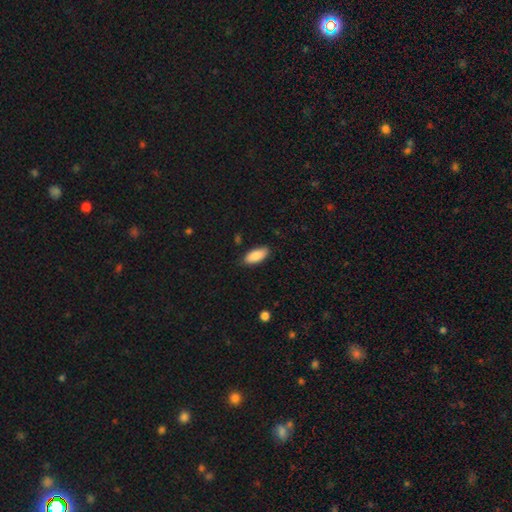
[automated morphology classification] Q: Smooth or featured?
A: smooth (89%); runner-up: star or artifact (6%)
Q: How rounded?
A: in between (87%); runner-up: cigar-shaped (12%)
Q: Merging?
A: none (84%); runner-up: minor disturbance (13%)